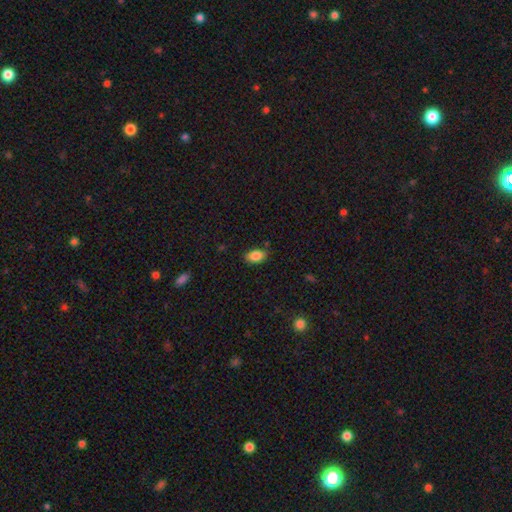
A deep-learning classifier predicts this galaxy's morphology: Smooth or featured? Predicted: smooth (p=0.85). How rounded? Predicted: in between (p=0.89). Merging? Predicted: none (p=0.81).